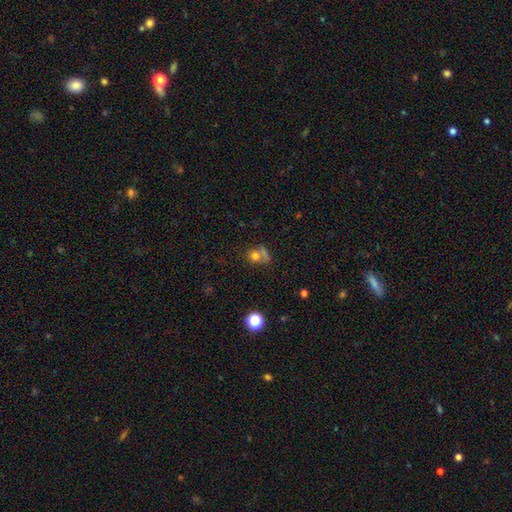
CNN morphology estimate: This is likely a smooth galaxy (70%). How rounded: likely round (73%). Merging: marginally none (42%).